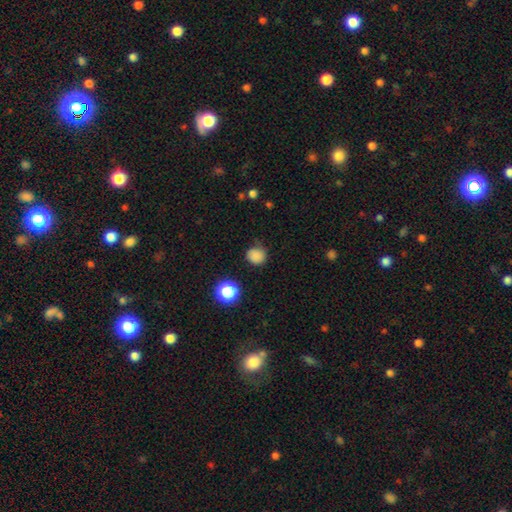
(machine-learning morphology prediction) Q: Smooth or featured?
A: smooth (82%); runner-up: star or artifact (13%)
Q: How rounded?
A: round (84%); runner-up: in between (15%)
Q: Merging?
A: none (74%); runner-up: minor disturbance (18%)